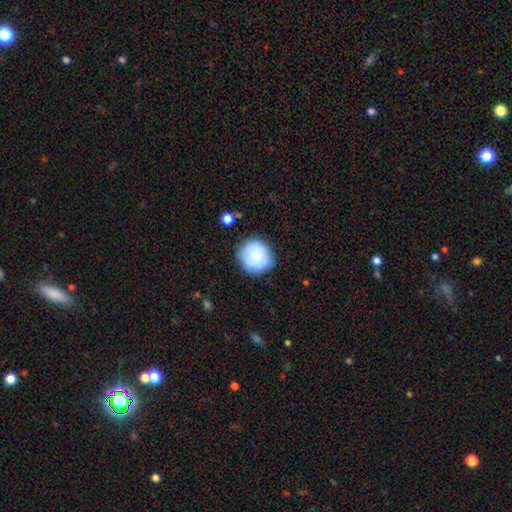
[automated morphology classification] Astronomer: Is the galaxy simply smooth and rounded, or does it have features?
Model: smooth — 71%.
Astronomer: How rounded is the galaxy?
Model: round — 87%.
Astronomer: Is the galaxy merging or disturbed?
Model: none — 81%.